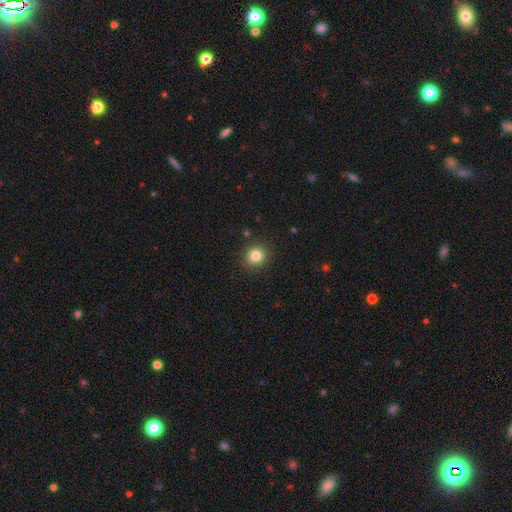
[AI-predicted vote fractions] Smooth or featured? smooth (82%)
How rounded? round (84%)
Merging? none (89%)